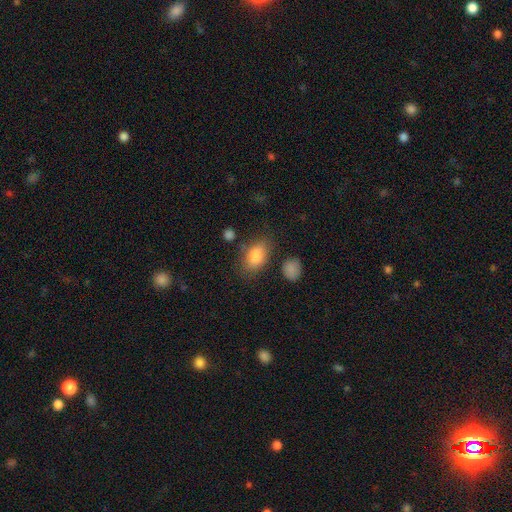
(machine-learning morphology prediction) Smooth or featured? smooth (84%)
How rounded? in between (87%)
Merging? none (71%)